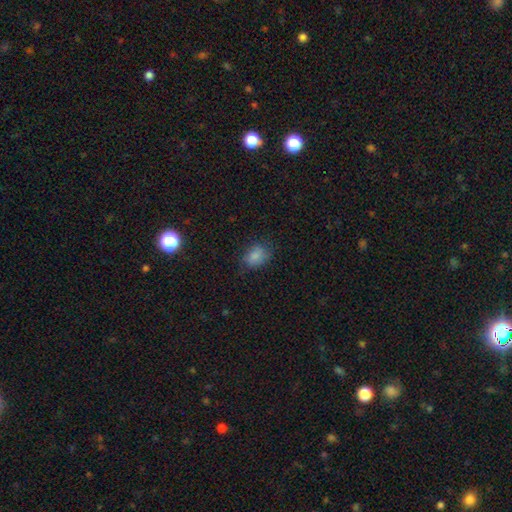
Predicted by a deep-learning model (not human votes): The model was most divided on "how rounded": in between: 61%, round: 38%, cigar-shaped: 1%. More confident: smooth or featured — smooth (83%); merging — none (70%).